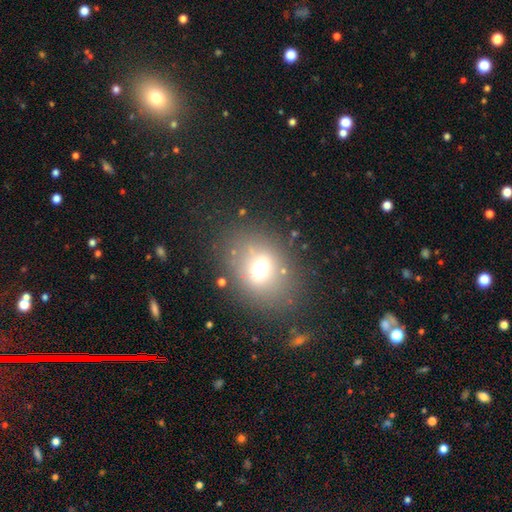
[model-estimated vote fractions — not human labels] Morphology: type=smooth (55%); roundness=in between (65%); merging=none (79%).